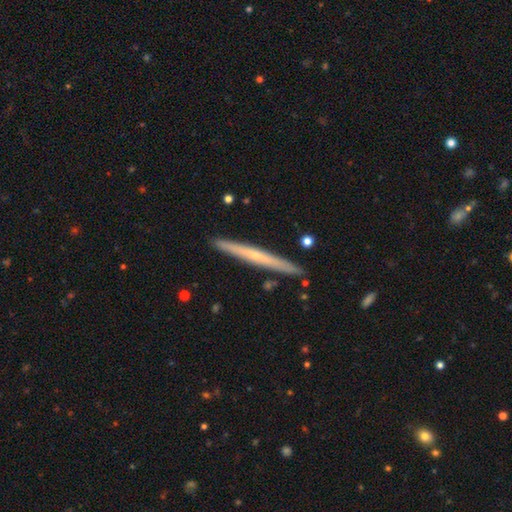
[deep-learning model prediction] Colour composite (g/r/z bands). It shows a featured or disk galaxy (62%) viewed edge-on (97%) with no central bulge (51%). Merging: none (90%).